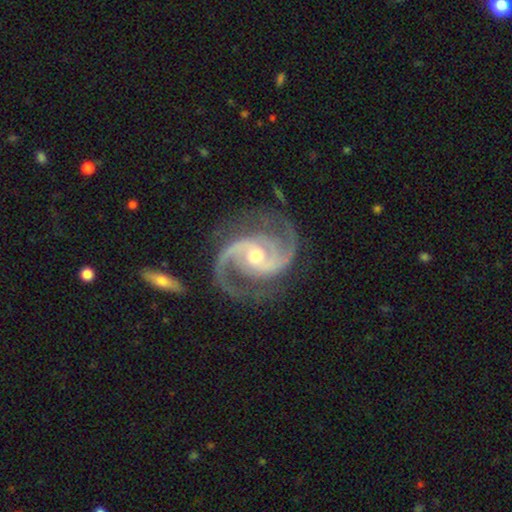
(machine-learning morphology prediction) A featured or disk galaxy (94%) with no bar (45%), 2 (78%) medium (62%) spiral arms (99%) and a moderate central bulge (63%).

Vote fractions:
- Smooth or featured? featured or disk: 94% / star or artifact: 4% / smooth: 2%
- Edge-on disk? no: 98% / yes: 2%
- Bar? no: 45% / weak: 37% / strong: 18%
- Spiral arms? yes: 99% / no: 1%
- Spiral winding? medium: 62% / tight: 25% / loose: 12%
- Spiral arm count? 2: 78% / 3: 13% / can't tell: 3% / 4: 2% / 1: 2% / more than 4: 2%
- Bulge size? moderate: 63% / small: 32% / large: 3% / none: 1% / dominant: 1%
- Merging? none: 76% / minor disturbance: 16% / major disturbance: 7% / merger: 2%